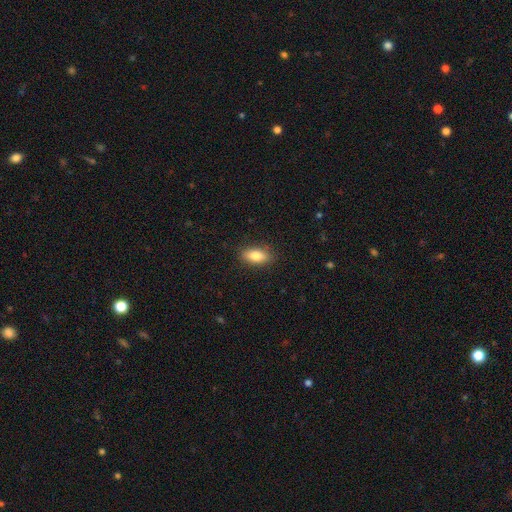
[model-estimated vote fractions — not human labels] Q: Smooth or featured?
A: smooth (82%); runner-up: featured or disk (10%)
Q: How rounded?
A: in between (86%); runner-up: cigar-shaped (10%)
Q: Merging?
A: none (88%); runner-up: minor disturbance (9%)